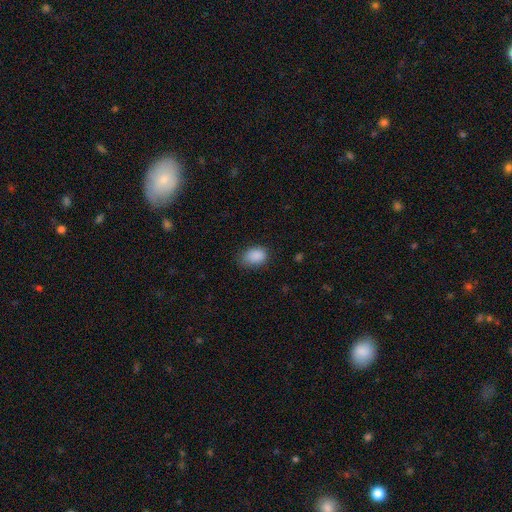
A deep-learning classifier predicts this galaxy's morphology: The model was most divided on "merging": none: 72%, minor disturbance: 22%, major disturbance: 5%, merger: 1%. More confident: smooth or featured — smooth (88%); how rounded — in between (82%).